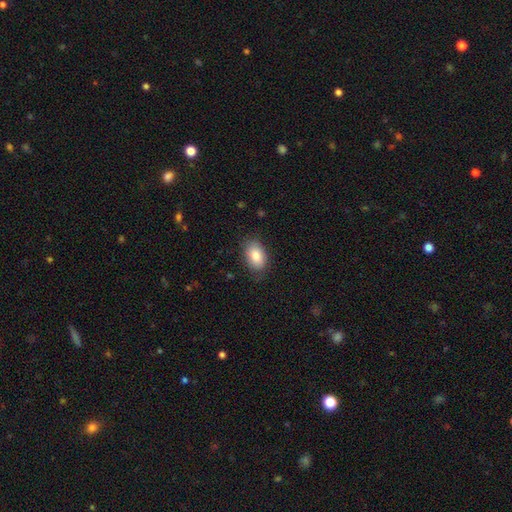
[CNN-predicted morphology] Q: Smooth or featured?
A: smooth (85%); runner-up: featured or disk (8%)
Q: How rounded?
A: in between (90%); runner-up: round (9%)
Q: Merging?
A: none (81%); runner-up: minor disturbance (15%)